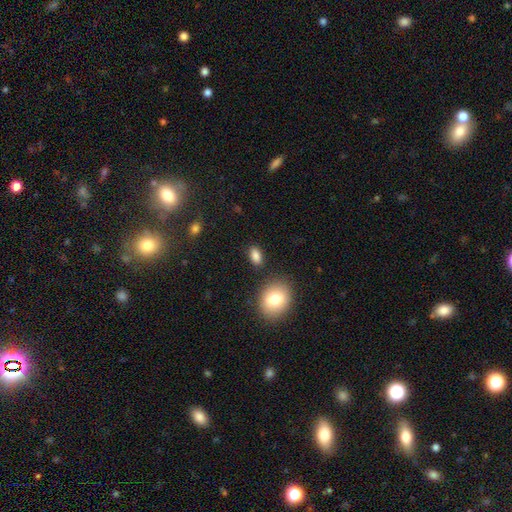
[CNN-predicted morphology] The model was most divided on "merging": none: 83%, minor disturbance: 10%, merger: 4%, major disturbance: 3%. More confident: smooth or featured — smooth (86%); how rounded — in between (86%).